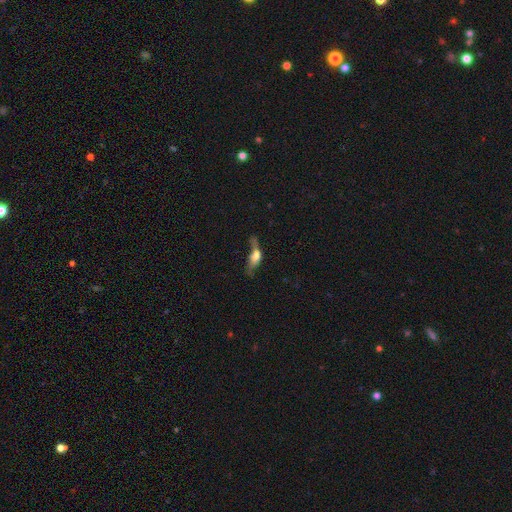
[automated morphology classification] smooth-or-featured: smooth: 48% | featured or disk: 40% | star or artifact: 12%
  merging: major disturbance: 41% | none: 25% | minor disturbance: 21% | merger: 13%